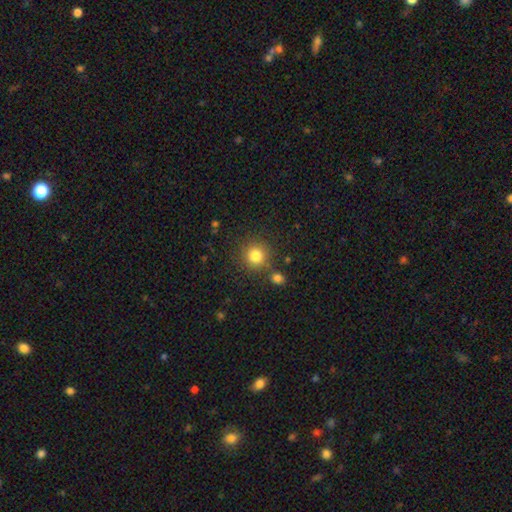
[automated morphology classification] Smooth or featured? smooth (81%)
How rounded? round (92%)
Merging? none (80%)